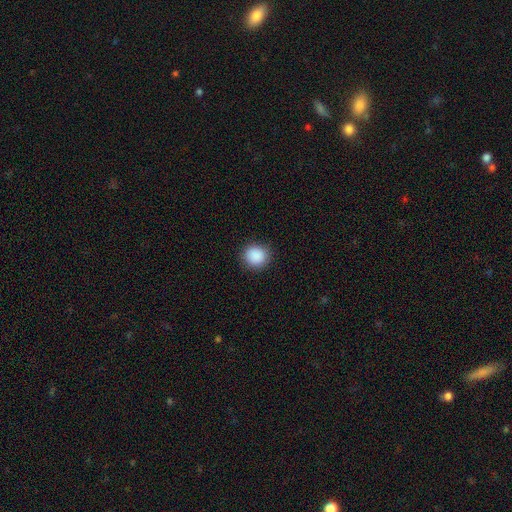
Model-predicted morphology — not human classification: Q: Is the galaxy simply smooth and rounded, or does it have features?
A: smooth — 89%.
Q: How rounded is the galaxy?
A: round — 90%.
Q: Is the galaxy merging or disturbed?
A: none — 89%.